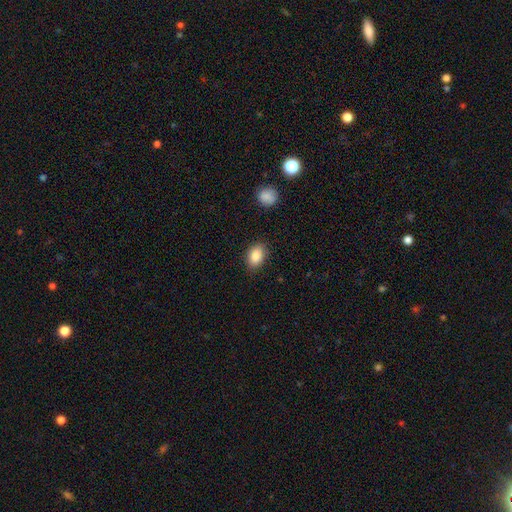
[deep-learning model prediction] Smooth or featured: smooth — 87% (star or artifact — 8%)
How rounded: in between — 85% (round — 14%)
Merging: none — 86% (minor disturbance — 10%)